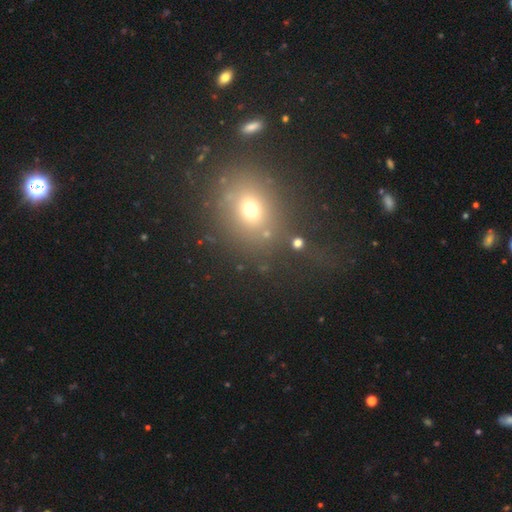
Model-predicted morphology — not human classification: Overall: smooth (54%; star or artifact 31%). How rounded: round (54%; in between 44%). Merging: none (69%).